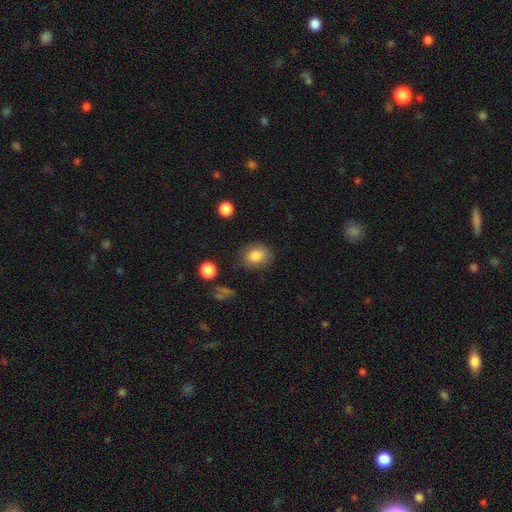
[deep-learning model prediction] Smooth or featured: smooth — 83% (star or artifact — 9%)
How rounded: in between — 55% (round — 44%)
Merging: none — 77% (minor disturbance — 16%)